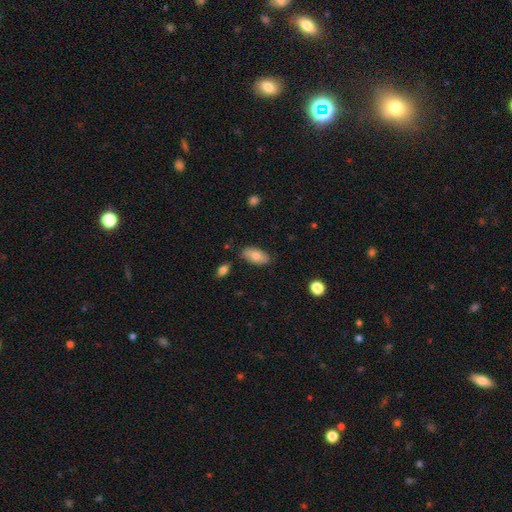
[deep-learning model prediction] Smooth or featured? smooth (75%)
How rounded? in between (93%)
Merging? none (81%)